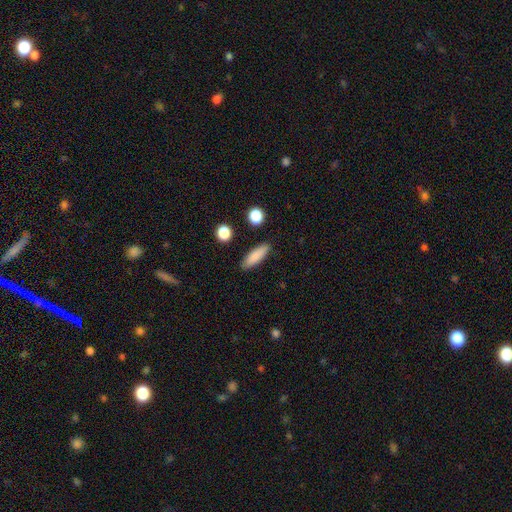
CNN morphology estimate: Q: Smooth or featured?
A: smooth (85%); runner-up: featured or disk (8%)
Q: How rounded?
A: cigar-shaped (50%); runner-up: in between (47%)
Q: Merging?
A: none (87%); runner-up: minor disturbance (9%)